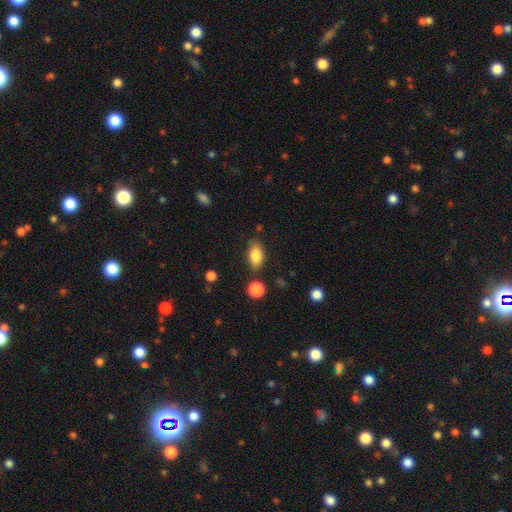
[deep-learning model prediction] smooth 81%, featured or disk 11%, star or artifact 8%. Down the decision tree: how rounded — in between (88%); merging — none (80%).